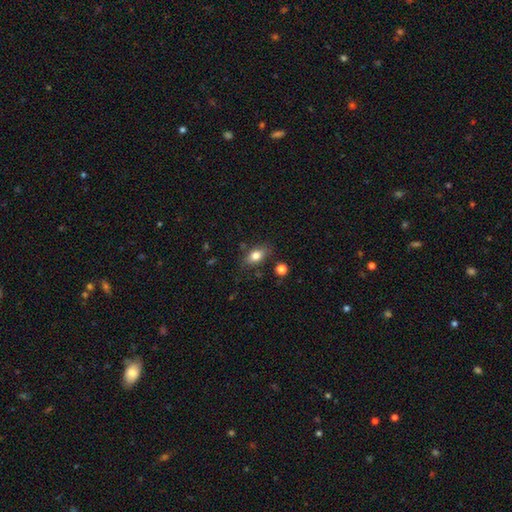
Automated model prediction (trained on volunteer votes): A smooth galaxy with no disk features (78%) that is in between round and cigar-shaped (81%).

Vote fractions:
- Smooth or featured? smooth: 78% / featured or disk: 13% / star or artifact: 9%
- How rounded? in between: 81% / round: 14% / cigar-shaped: 5%
- Merging? none: 77% / minor disturbance: 16% / major disturbance: 4% / merger: 4%